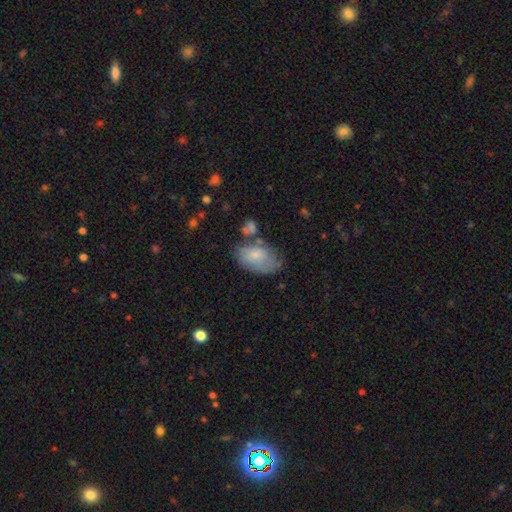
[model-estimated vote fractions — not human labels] smooth 68%, featured or disk 25%, star or artifact 7%. Down the decision tree: how rounded — in between (90%); merging — none (44%).